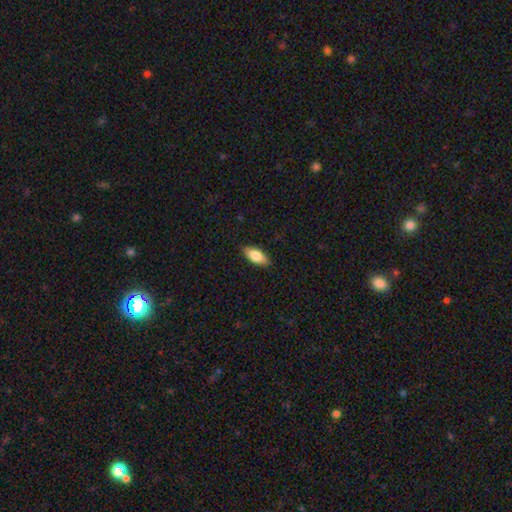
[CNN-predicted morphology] type=smooth (77%); roundness=in between (81%); merging=none (88%).